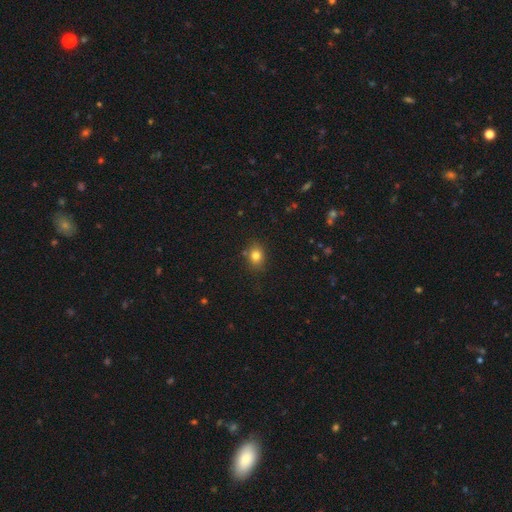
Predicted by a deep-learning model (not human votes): This appears to be a smooth galaxy with no disk features (80%) that is round (54%). Merging: none (80%).